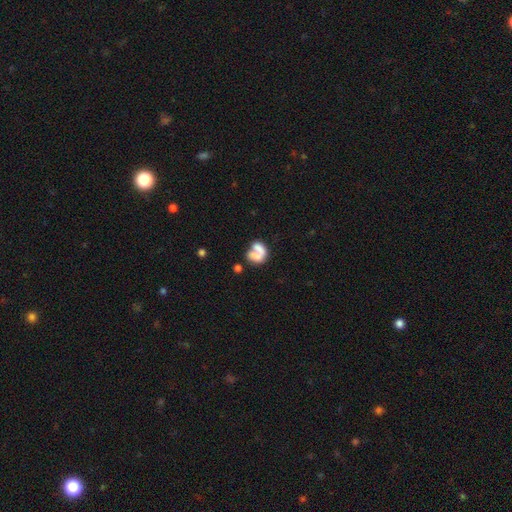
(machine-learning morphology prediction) This appears to be a smooth galaxy with no disk features (53%) that is round (49%, tied with in between). Merging: merger (33%).